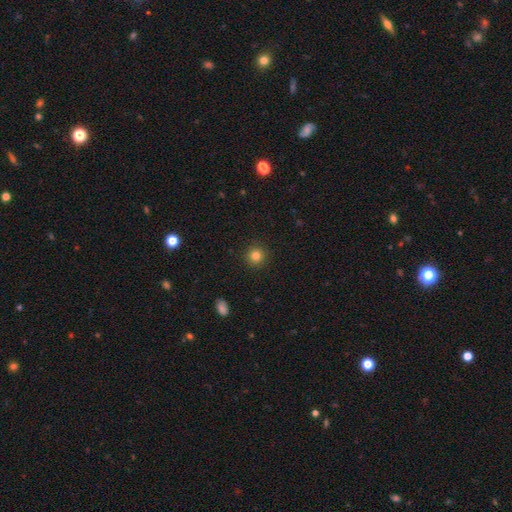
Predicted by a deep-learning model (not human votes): Overall: smooth (82%). How rounded: round (94%). Merging: none (92%).